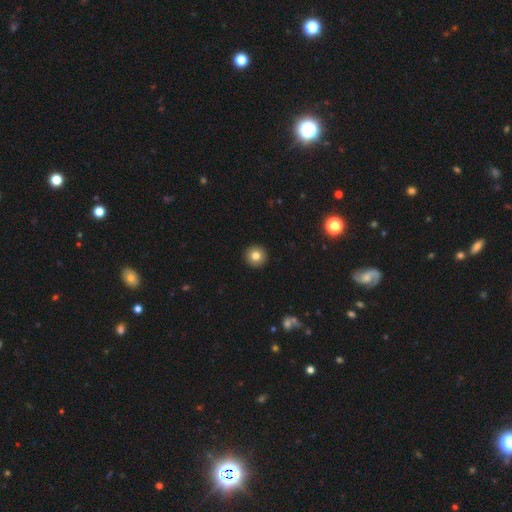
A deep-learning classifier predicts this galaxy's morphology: smooth-or-featured: smooth: 81% | star or artifact: 10% | featured or disk: 8%
  how-rounded: round: 96% | in between: 3% | cigar-shaped: 1%
  merging: none: 94% | minor disturbance: 4% | major disturbance: 1% | merger: 1%